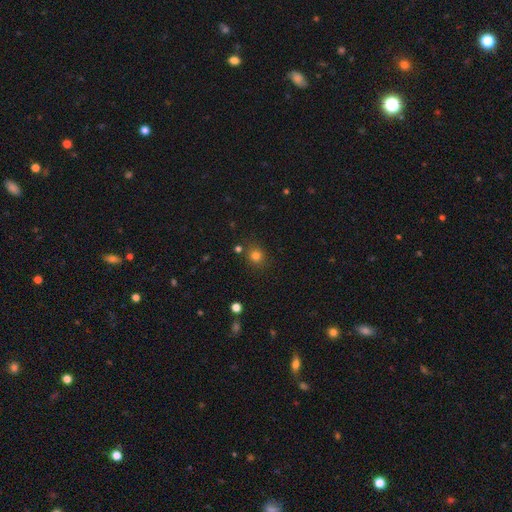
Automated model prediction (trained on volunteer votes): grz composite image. It shows a smooth galaxy with no disk features (79%) that is round (87%). Merging: none (82%).